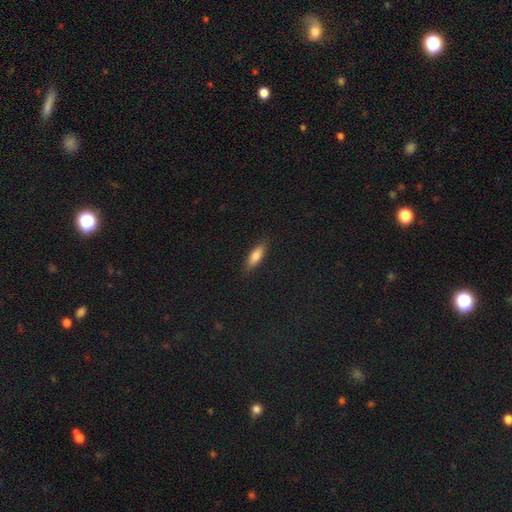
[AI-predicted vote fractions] The model was most divided on "how rounded": in between: 58%, cigar-shaped: 40%, round: 2%. More confident: merging — none (86%); smooth or featured — smooth (80%).